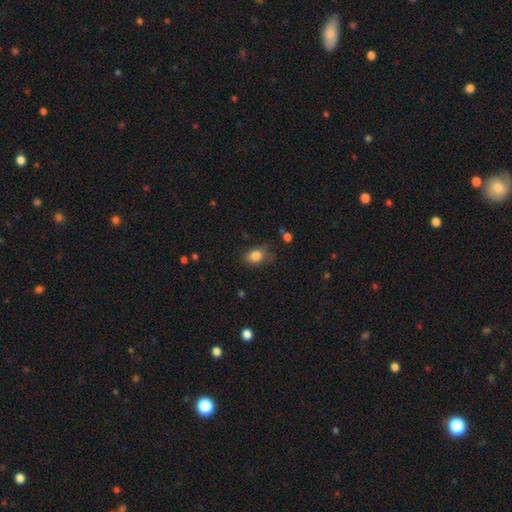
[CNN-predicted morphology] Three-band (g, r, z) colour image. It shows a smooth galaxy with no disk features (83%) that is in between round and cigar-shaped (71%). Merging: none (69%).